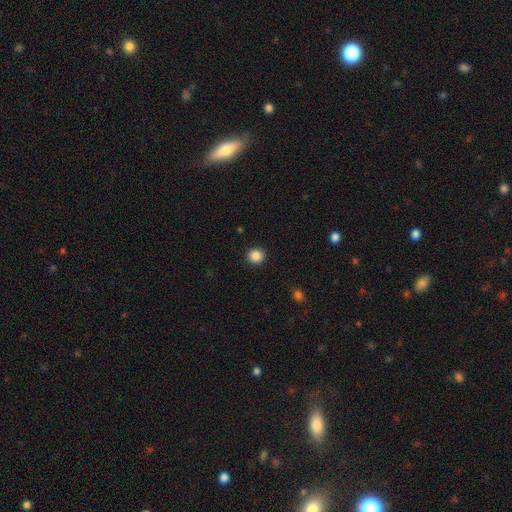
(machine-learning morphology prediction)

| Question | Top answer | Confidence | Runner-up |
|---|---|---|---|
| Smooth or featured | smooth | 86% | star or artifact (10%) |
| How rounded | round | 94% | in between (5%) |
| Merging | none | 93% | minor disturbance (4%) |